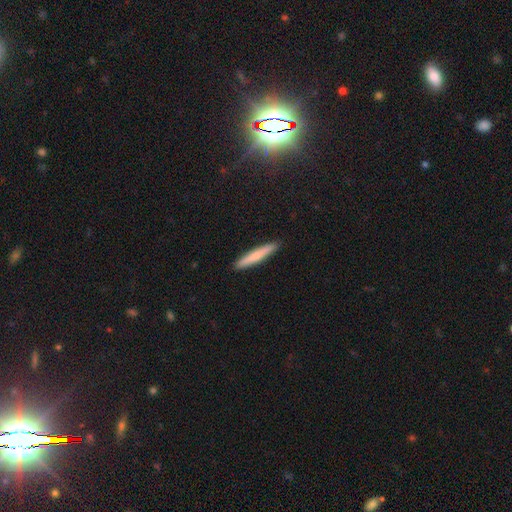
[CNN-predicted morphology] Smooth or featured: smooth — 70% (featured or disk — 25%)
How rounded: cigar-shaped — 95% (in between — 4%)
Merging: none — 92% (minor disturbance — 6%)